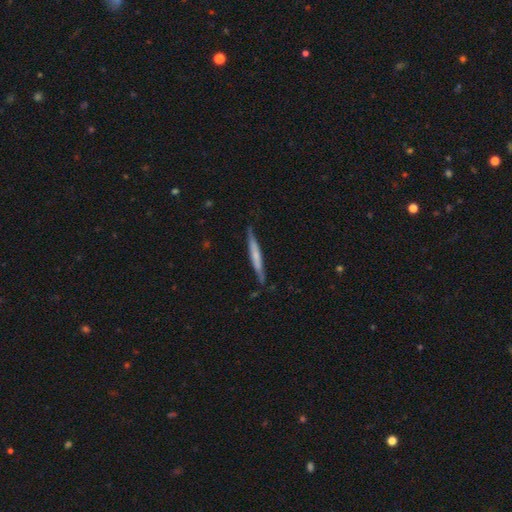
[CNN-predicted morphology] smooth_or_featured: featured or disk (p=0.49) [alt: smooth p=0.45]
merging: none (p=0.83) [alt: minor disturbance p=0.14]